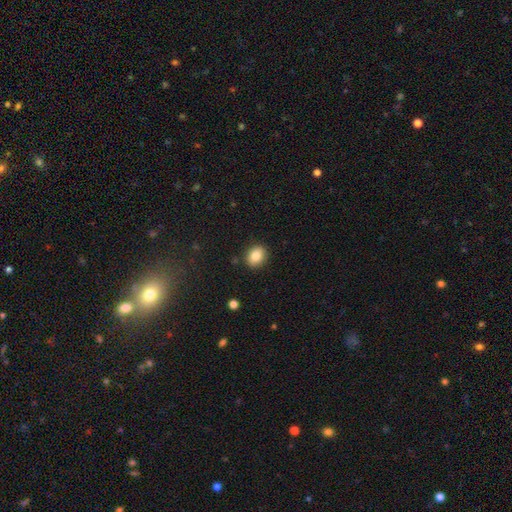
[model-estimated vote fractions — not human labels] The model was most divided on "how rounded": round: 51%, in between: 48%, cigar-shaped: 1%. More confident: merging — none (88%); smooth or featured — smooth (84%).